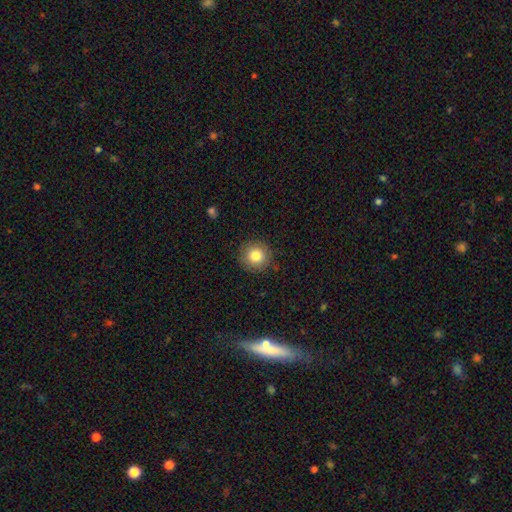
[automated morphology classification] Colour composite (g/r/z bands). It shows a smooth galaxy with no disk features (82%) that is round (94%). Merging: none (89%).